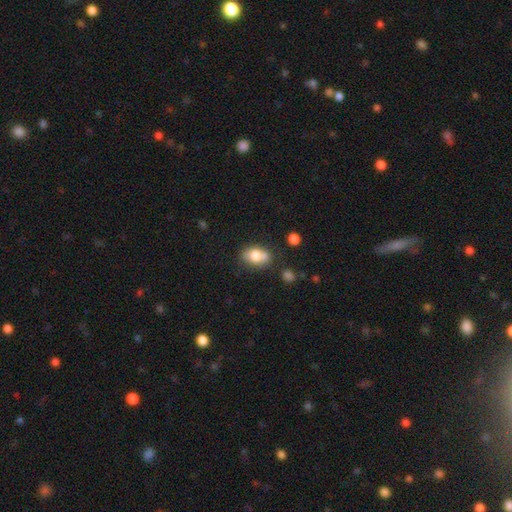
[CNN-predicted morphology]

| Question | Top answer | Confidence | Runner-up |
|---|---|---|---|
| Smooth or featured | smooth | 75% | featured or disk (17%) |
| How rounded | in between | 75% | round (24%) |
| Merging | none | 49% | merger (27%) |